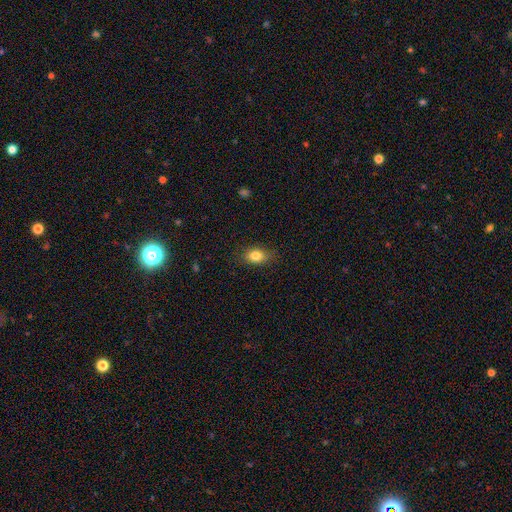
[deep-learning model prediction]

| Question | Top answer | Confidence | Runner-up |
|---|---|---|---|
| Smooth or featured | smooth | 83% | star or artifact (9%) |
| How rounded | in between | 77% | round (20%) |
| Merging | none | 83% | minor disturbance (13%) |